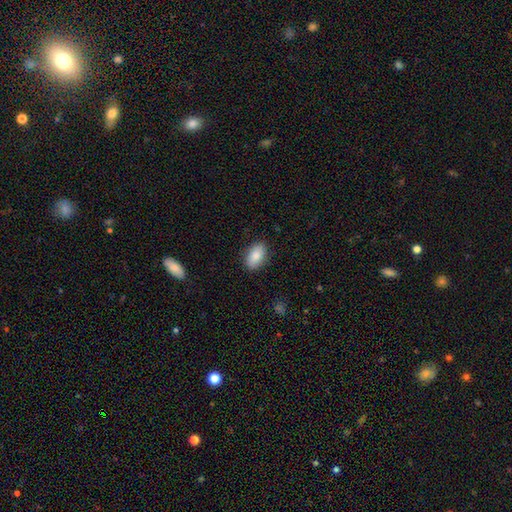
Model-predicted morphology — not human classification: This appears to be a smooth galaxy with no disk features (85%) that is in between round and cigar-shaped (92%). Merging: none (86%).